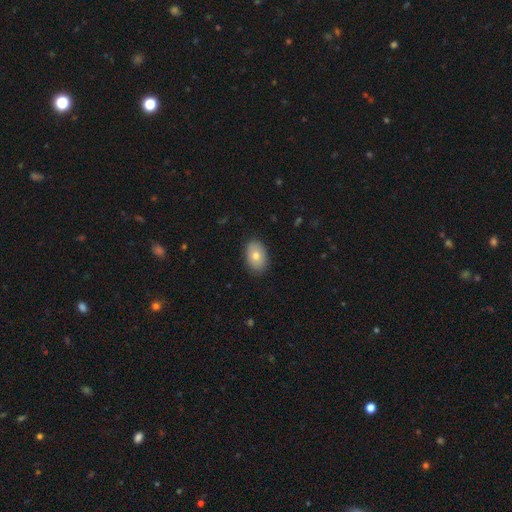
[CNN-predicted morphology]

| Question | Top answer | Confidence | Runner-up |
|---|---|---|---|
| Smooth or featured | smooth | 77% | featured or disk (16%) |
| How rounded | in between | 86% | round (13%) |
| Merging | none | 88% | minor disturbance (9%) |